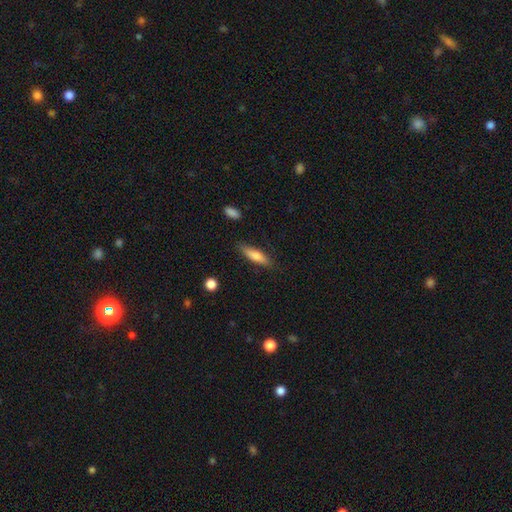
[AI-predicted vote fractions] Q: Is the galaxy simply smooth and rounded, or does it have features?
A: smooth — 75%.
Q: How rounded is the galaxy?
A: cigar-shaped — 63%.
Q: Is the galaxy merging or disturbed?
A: none — 82%.